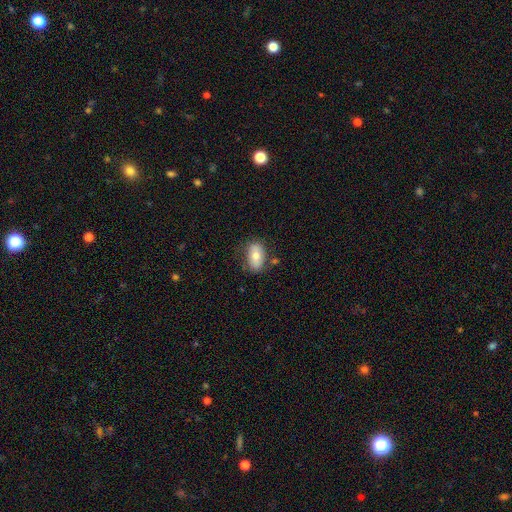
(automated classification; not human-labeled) smooth_or_featured: smooth (p=0.70) [alt: featured or disk p=0.22]
how_rounded: in between (p=0.90) [alt: round p=0.08]
merging: none (p=0.73) [alt: minor disturbance p=0.18]